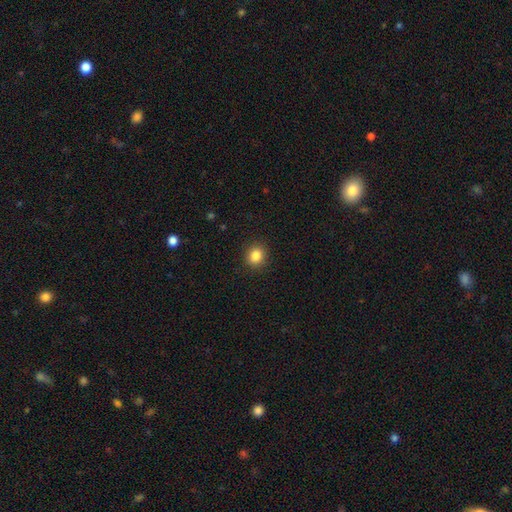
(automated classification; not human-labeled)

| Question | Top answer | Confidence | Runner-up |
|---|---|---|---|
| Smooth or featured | smooth | 85% | star or artifact (10%) |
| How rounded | round | 79% | in between (20%) |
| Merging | none | 91% | minor disturbance (6%) |